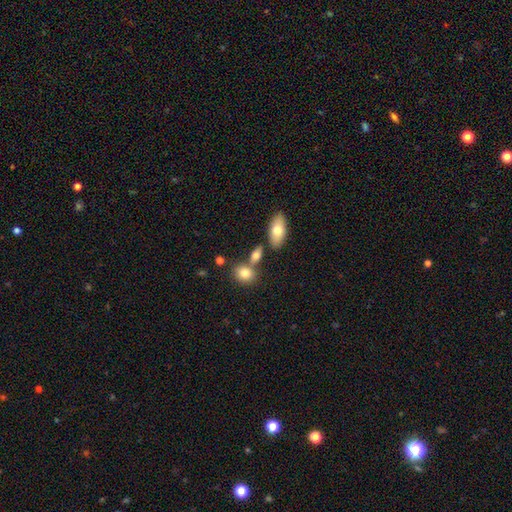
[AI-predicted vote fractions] smooth-or-featured: smooth: 78% | featured or disk: 13% | star or artifact: 9%
  how-rounded: in between: 69% | round: 26% | cigar-shaped: 5%
  merging: none: 59% | merger: 27% | minor disturbance: 11% | major disturbance: 4%